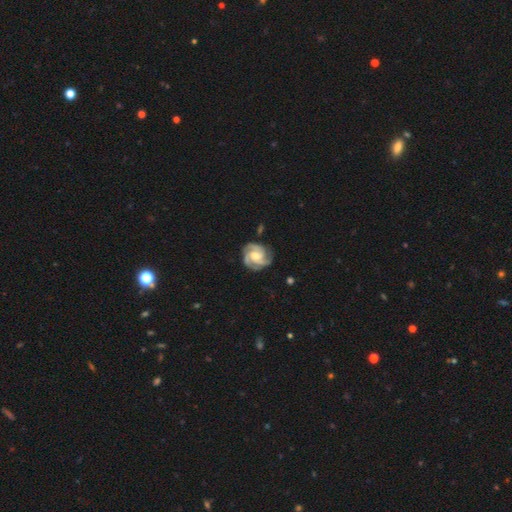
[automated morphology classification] type=featured or disk (90%); edge-on=no (98%); bar=no (58%); spiral arms=yes (98%); winding=tight (60%); arm count=3 (65%); bulge=moderate (60%); merging=none (78%).